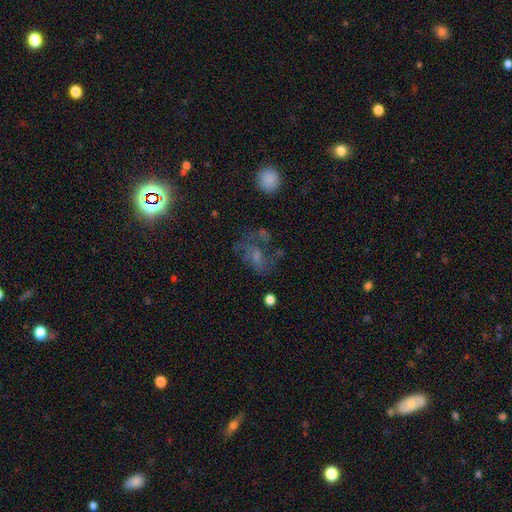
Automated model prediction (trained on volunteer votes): This is possibly a featured or disk galaxy (46%). Merging: possibly none (45%).